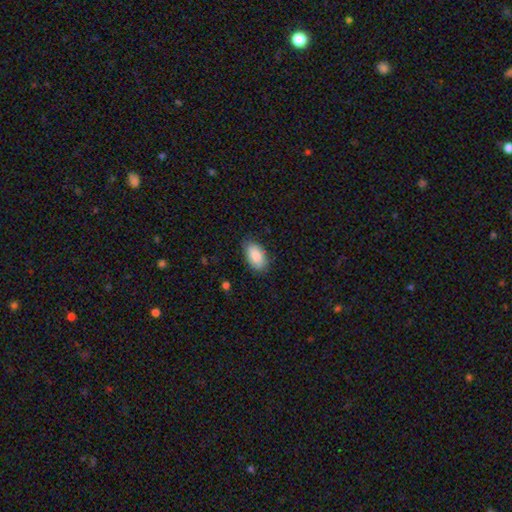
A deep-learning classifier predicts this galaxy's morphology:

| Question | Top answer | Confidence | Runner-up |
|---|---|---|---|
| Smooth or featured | smooth | 88% | star or artifact (6%) |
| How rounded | in between | 94% | round (4%) |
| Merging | none | 82% | minor disturbance (14%) |